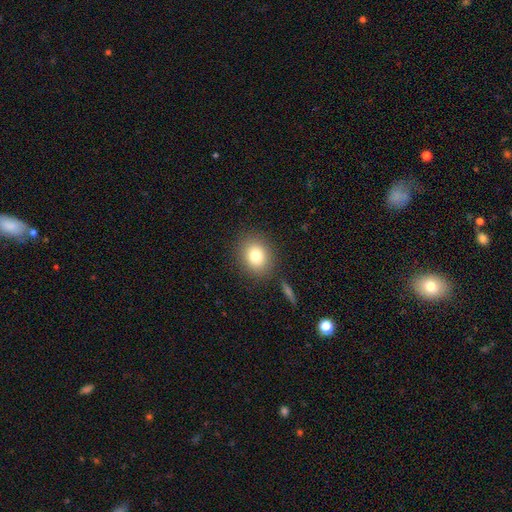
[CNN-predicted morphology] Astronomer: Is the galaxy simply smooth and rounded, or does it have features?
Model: smooth — 81%.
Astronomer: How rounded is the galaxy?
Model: round — 53% (runner-up: in between, 46%).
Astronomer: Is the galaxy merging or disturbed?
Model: none — 85%.